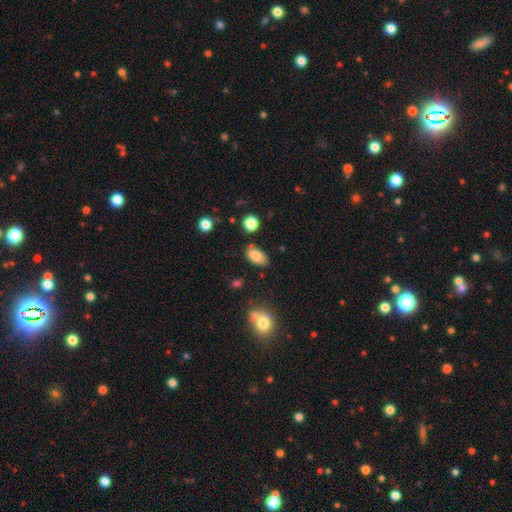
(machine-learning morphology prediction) smooth 83%, star or artifact 9%, featured or disk 8%. Down the decision tree: how rounded — in between (92%); merging — none (73%).